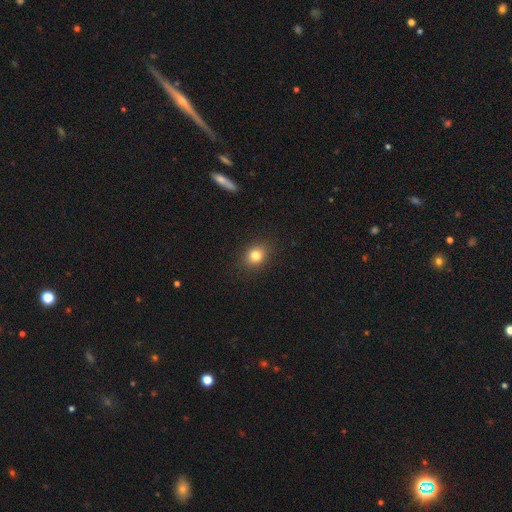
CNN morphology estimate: Smooth or featured: smooth — 80% (star or artifact — 12%)
How rounded: round — 56% (in between — 43%)
Merging: none — 88% (minor disturbance — 8%)